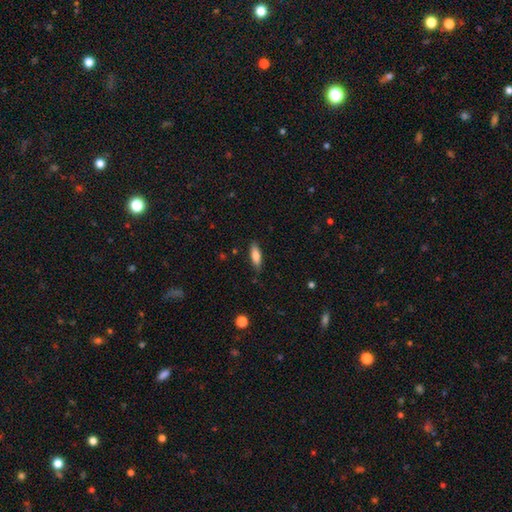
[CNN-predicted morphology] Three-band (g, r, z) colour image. It shows a smooth galaxy with no disk features (81%) that is in between round and cigar-shaped (58%). Merging: none (84%).